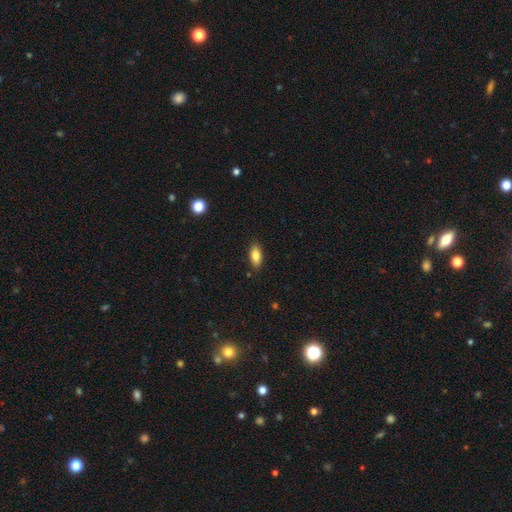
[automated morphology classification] This is clearly a smooth galaxy (82%). How rounded: clearly in between (84%). Merging: clearly none (86%).